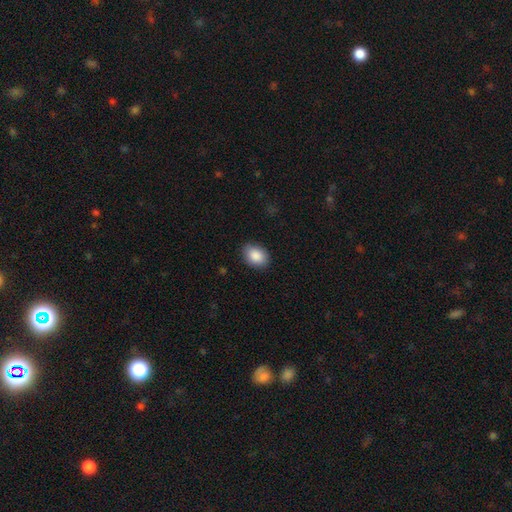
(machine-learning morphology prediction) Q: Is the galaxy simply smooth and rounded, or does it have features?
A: smooth — 88%.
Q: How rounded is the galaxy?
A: in between — 80%.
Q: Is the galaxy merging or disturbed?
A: none — 86%.